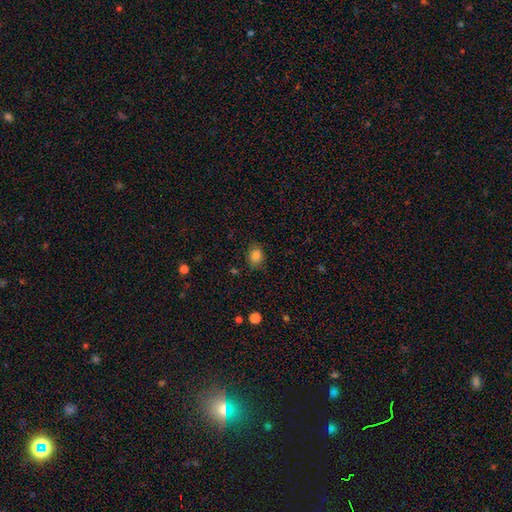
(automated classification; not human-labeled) Overall: smooth (84%). How rounded: in between (51%; round 48%). Merging: none (80%).